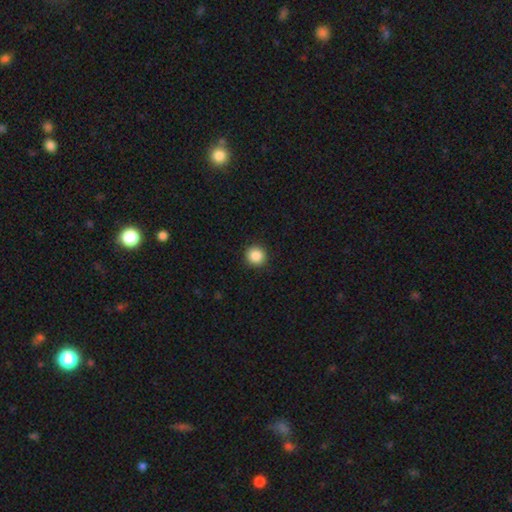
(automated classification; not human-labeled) Smooth or featured: smooth — 88% (star or artifact — 9%)
How rounded: round — 94% (in between — 5%)
Merging: none — 92% (minor disturbance — 6%)